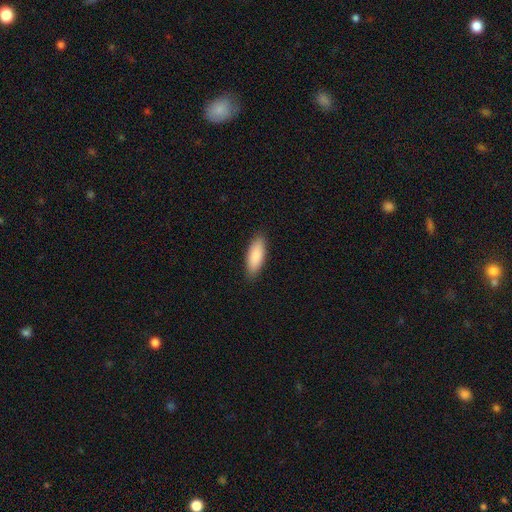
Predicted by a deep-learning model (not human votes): smooth-or-featured: smooth: 89% | featured or disk: 6% | star or artifact: 5%
  how-rounded: in between: 70% | cigar-shaped: 29% | round: 2%
  merging: none: 88% | minor disturbance: 9% | major disturbance: 2% | merger: 1%